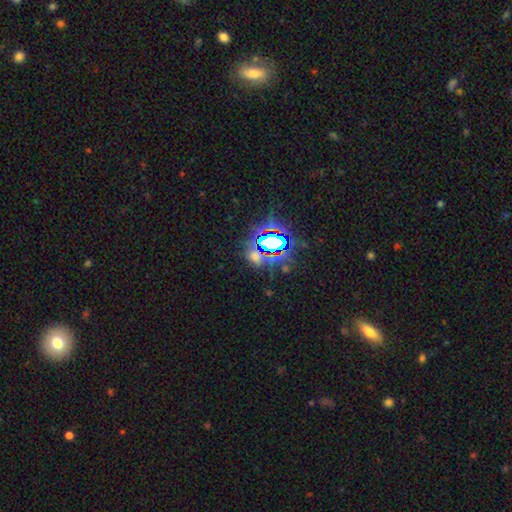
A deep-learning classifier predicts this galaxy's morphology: Q: Smooth or featured?
A: star or artifact (68%); runner-up: smooth (22%)